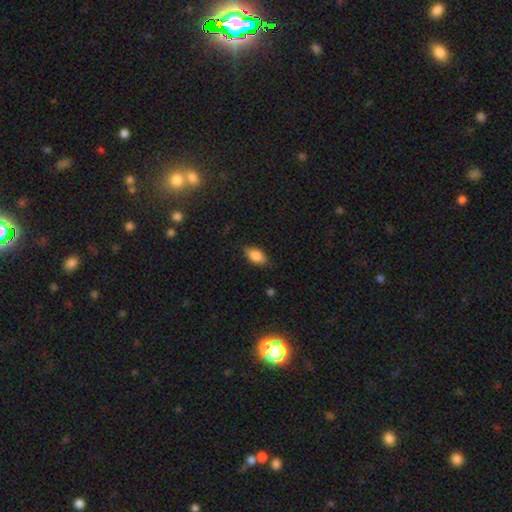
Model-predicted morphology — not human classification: A smooth galaxy with no disk features (78%) that is in between round and cigar-shaped (86%). Merging: none (78%).